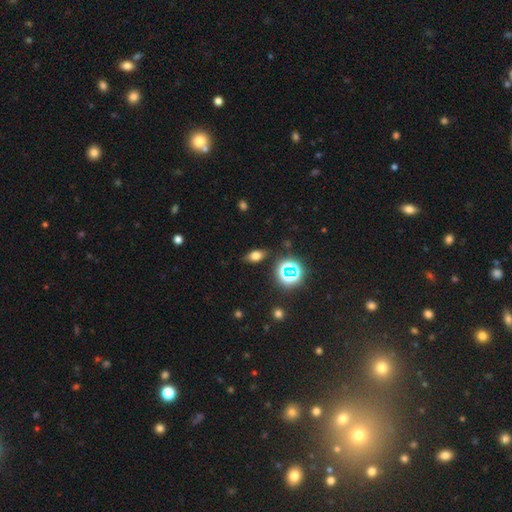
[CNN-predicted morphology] This appears to be a smooth galaxy with no disk features (68%) that is in between round and cigar-shaped (81%). Merging: none (86%).